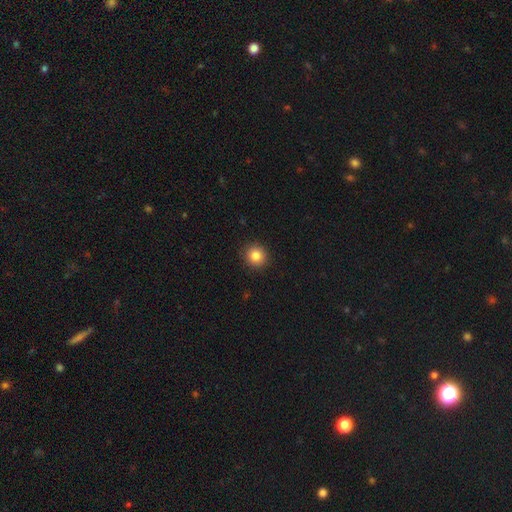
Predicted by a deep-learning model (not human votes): Smooth or featured?
  - smooth: 85% *
  - star or artifact: 10%
  - featured or disk: 5%
How rounded?
  - round: 91% *
  - in between: 8%
  - cigar-shaped: 1%
Merging?
  - none: 92% *
  - minor disturbance: 6%
  - major disturbance: 2%
  - merger: 1%